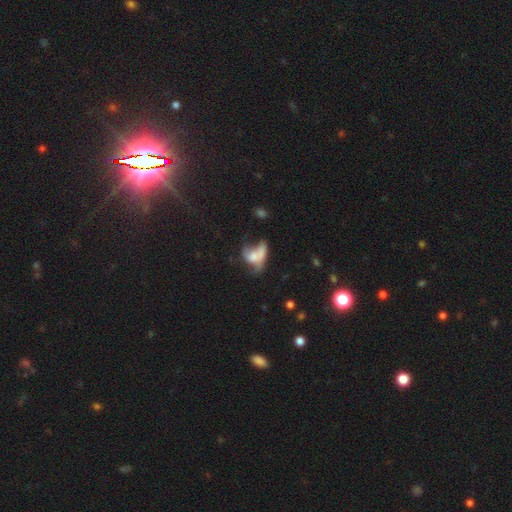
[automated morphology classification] Q: Smooth or featured?
A: smooth (52%); runner-up: featured or disk (36%)
Q: How rounded?
A: in between (76%); runner-up: round (19%)
Q: Merging?
A: major disturbance (35%); runner-up: merger (31%)